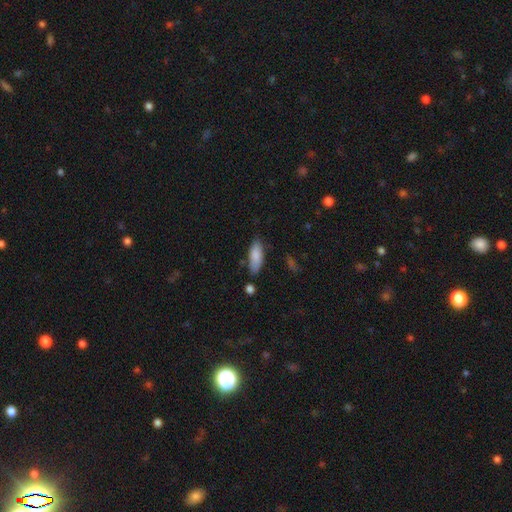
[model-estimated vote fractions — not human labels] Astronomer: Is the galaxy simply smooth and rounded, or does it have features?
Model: smooth — 85%.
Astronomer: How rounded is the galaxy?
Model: in between — 72%.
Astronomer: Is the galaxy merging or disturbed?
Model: none — 74%.